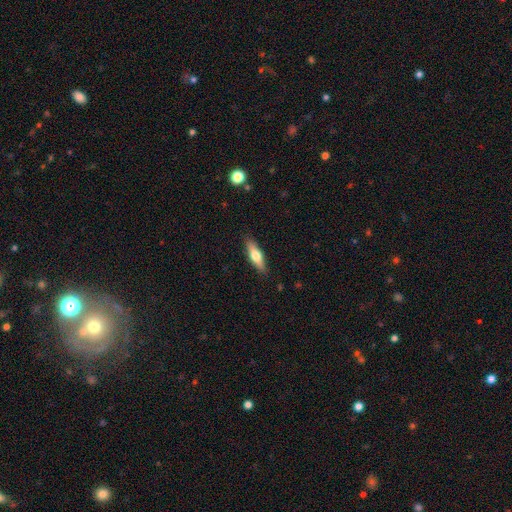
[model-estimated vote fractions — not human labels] smooth_or_featured: smooth (p=0.56) [alt: featured or disk p=0.38]
how_rounded: cigar-shaped (p=0.59) [alt: in between p=0.39]
merging: none (p=0.88) [alt: minor disturbance p=0.09]